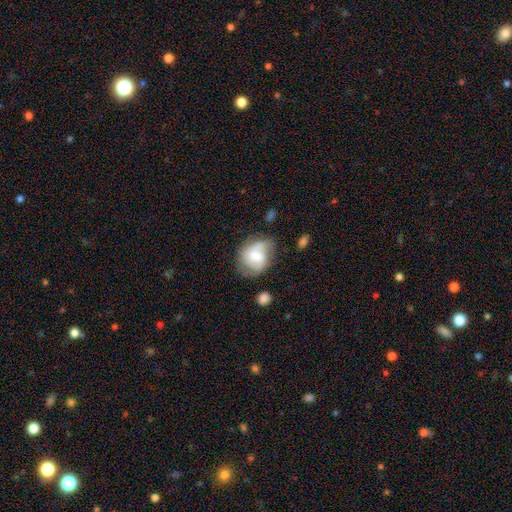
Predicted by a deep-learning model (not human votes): featured or disk 48%, smooth 45%, star or artifact 8%. Down the decision tree: merging — none (51%).